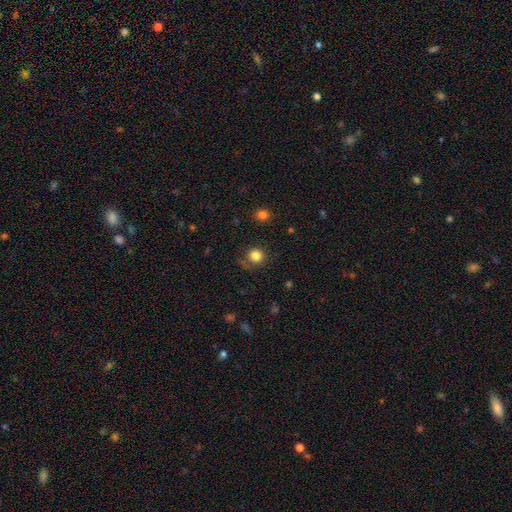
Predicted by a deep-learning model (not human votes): The model was most divided on "merging": none: 80%, minor disturbance: 13%, major disturbance: 5%, merger: 2%. More confident: how rounded — round (90%); smooth or featured — smooth (82%).